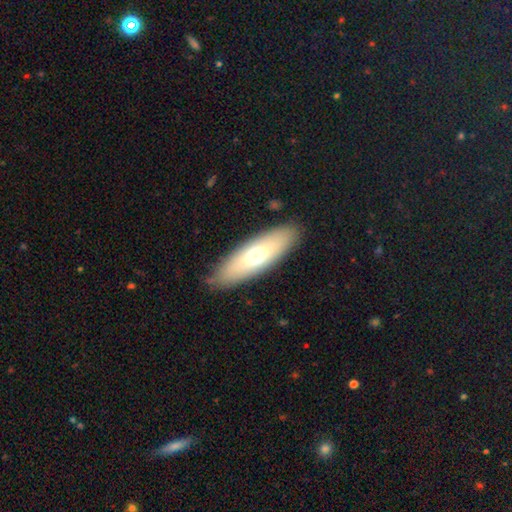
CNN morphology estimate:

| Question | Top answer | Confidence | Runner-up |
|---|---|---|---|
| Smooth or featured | smooth | 63% | featured or disk (30%) |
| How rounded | in between | 55% | cigar-shaped (43%) |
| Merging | none | 86% | minor disturbance (10%) |